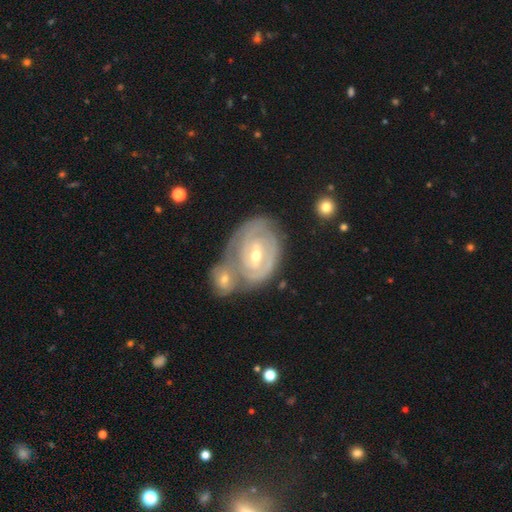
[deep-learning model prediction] This is clearly a featured or disk galaxy (82%). It is clearly not viewed edge-on (95%). Bar: possibly weak (49%). Spiral arm pattern: clearly yes (84%). Spiral arm count: marginally can't tell (43%). Spiral winding: likely tight (76%). Central bulge: possibly moderate (57%). Merging: marginally merger (41%).